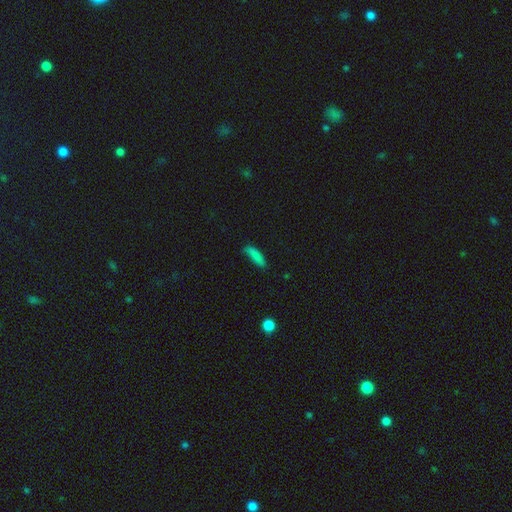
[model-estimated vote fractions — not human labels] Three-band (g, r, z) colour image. It shows a smooth galaxy with no disk features (83%) that is cigar-shaped (61%). Merging: none (61%).